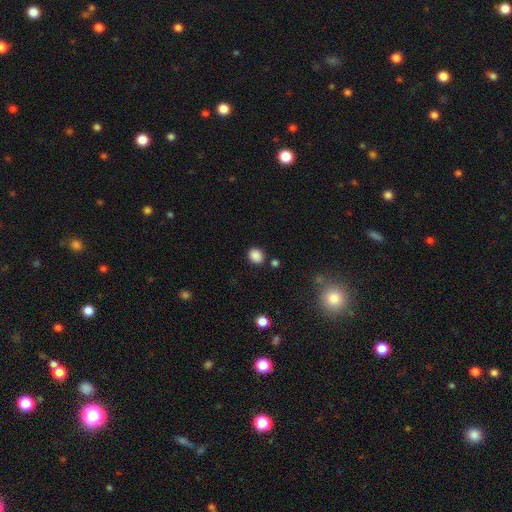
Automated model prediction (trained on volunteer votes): Smooth or featured? smooth (86%)
How rounded? round (54%)
Merging? none (83%)